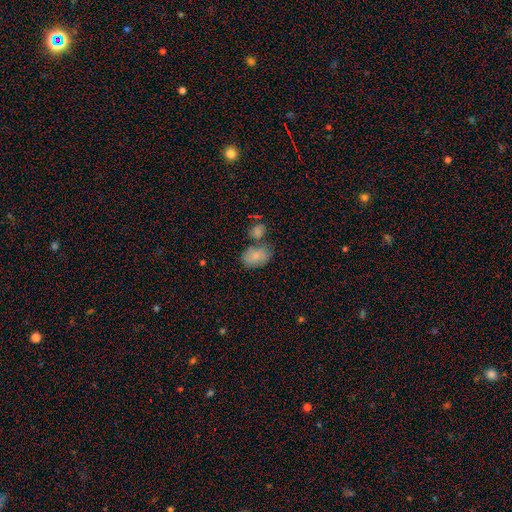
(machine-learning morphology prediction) The model was most divided on "merging": none: 49%, merger: 28%, minor disturbance: 17%, major disturbance: 6%. More confident: how rounded — in between (87%); smooth or featured — smooth (79%).